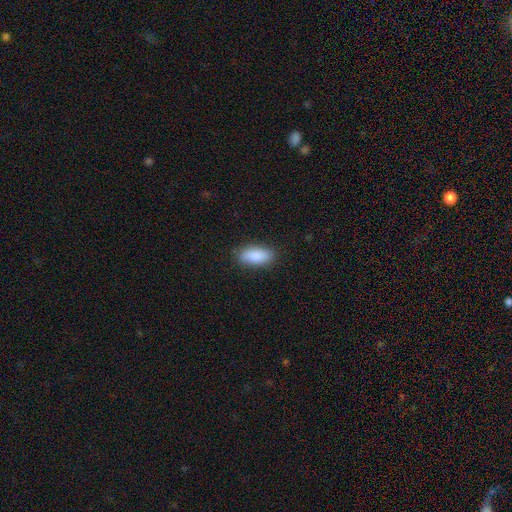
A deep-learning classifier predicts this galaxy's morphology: A smooth galaxy with no disk features (88%) that is in between round and cigar-shaped (83%).

Vote fractions:
- Smooth or featured? smooth: 88% / featured or disk: 6% / star or artifact: 6%
- How rounded? in between: 83% / cigar-shaped: 15% / round: 2%
- Merging? none: 87% / minor disturbance: 10% / major disturbance: 2% / merger: 1%